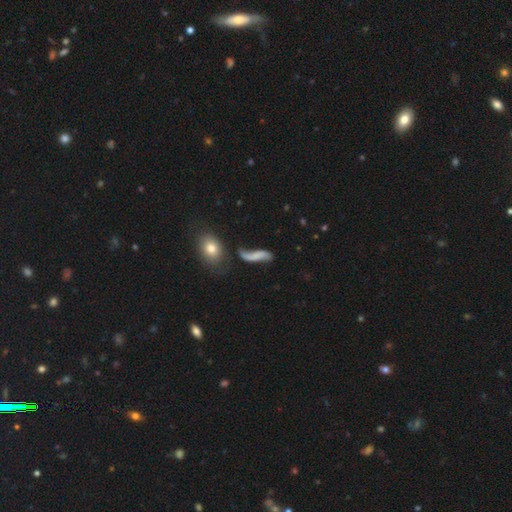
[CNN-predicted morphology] A smooth galaxy with no disk features (46%).

Vote fractions:
- Smooth or featured? smooth: 46% / featured or disk: 45% / star or artifact: 10%
- Merging? none: 44% / minor disturbance: 25% / major disturbance: 19% / merger: 13%